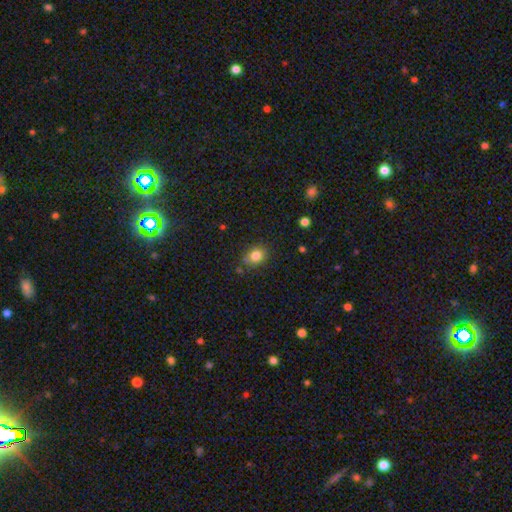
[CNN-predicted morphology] smooth_or_featured: smooth (p=0.82) [alt: star or artifact p=0.11]
how_rounded: round (p=0.51) [alt: in between p=0.48]
merging: none (p=0.76) [alt: minor disturbance p=0.16]